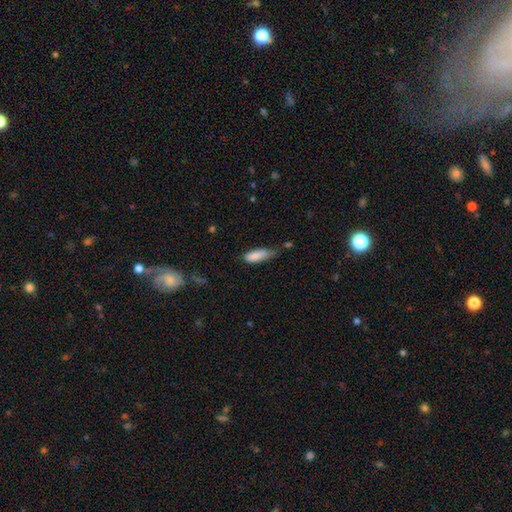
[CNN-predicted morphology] A smooth galaxy with no disk features (84%) that is in between round and cigar-shaped (65%).

Vote fractions:
- Smooth or featured? smooth: 84% / featured or disk: 9% / star or artifact: 7%
- How rounded? in between: 65% / cigar-shaped: 34% / round: 2%
- Merging? minor disturbance: 46% / none: 35% / major disturbance: 15% / merger: 5%